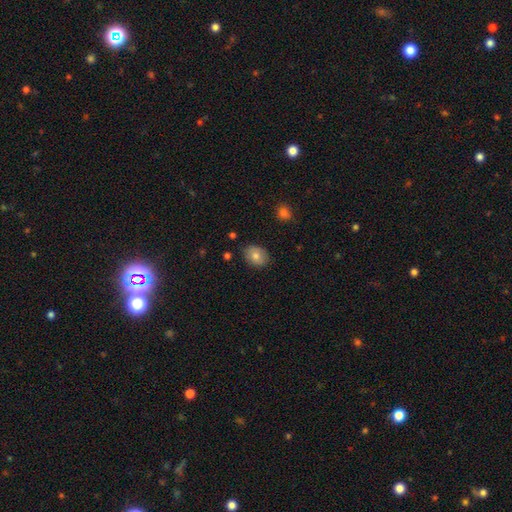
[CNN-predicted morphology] type=smooth (79%); roundness=in between (70%); merging=none (84%).